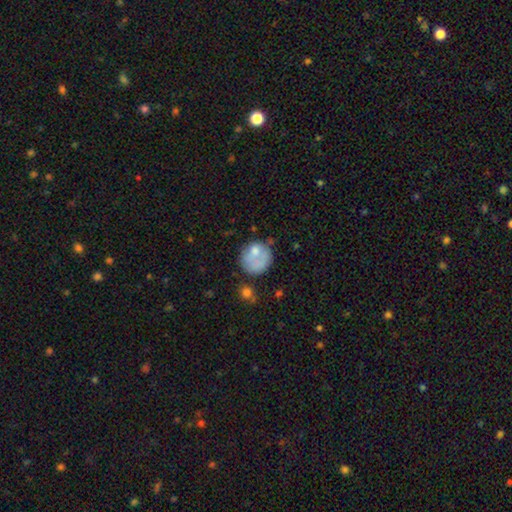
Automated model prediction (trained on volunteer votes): Smooth or featured: smooth — 67% (featured or disk — 24%)
How rounded: round — 82% (in between — 17%)
Merging: none — 50% (minor disturbance — 22%)